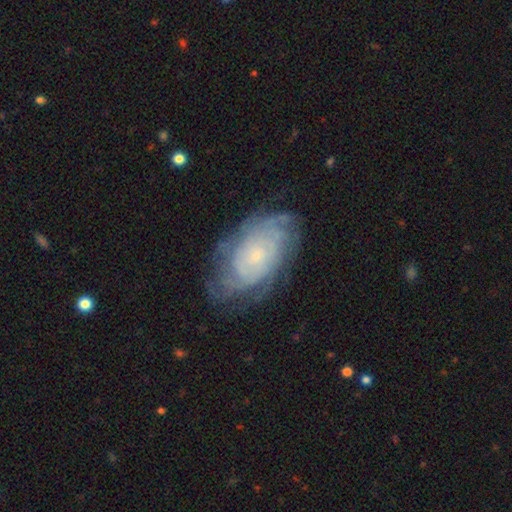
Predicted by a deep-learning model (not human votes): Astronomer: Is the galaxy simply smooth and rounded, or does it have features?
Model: featured or disk — 77%.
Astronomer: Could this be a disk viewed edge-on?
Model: no — 95%.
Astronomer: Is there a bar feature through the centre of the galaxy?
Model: no — 79%.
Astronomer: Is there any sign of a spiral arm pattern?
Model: yes — 91%.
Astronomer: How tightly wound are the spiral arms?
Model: tight — 72%.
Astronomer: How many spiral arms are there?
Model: can't tell — 50%.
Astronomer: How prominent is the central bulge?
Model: small — 78%.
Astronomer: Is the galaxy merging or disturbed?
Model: none — 71%.